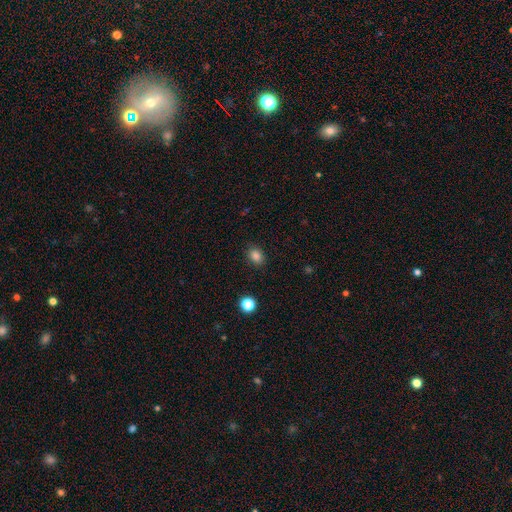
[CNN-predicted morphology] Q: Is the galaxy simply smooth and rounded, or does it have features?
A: smooth — 84%.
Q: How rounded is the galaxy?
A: in between — 63%.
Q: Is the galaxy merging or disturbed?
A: none — 87%.